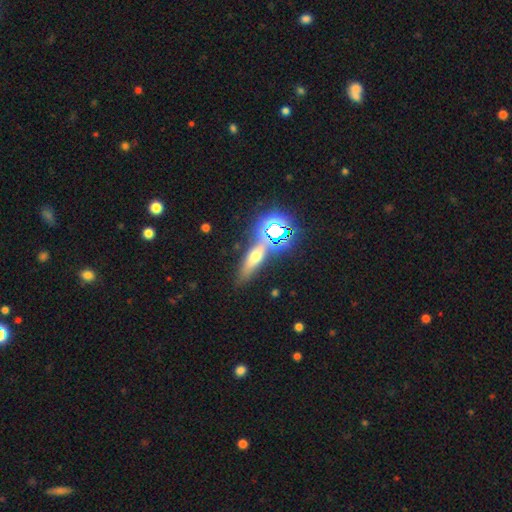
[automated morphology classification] smooth_or_featured: smooth (p=0.44) [alt: star or artifact p=0.28]
merging: none (p=0.75) [alt: minor disturbance p=0.12]